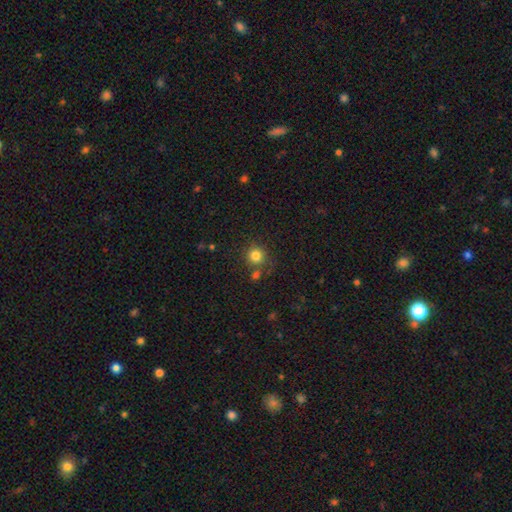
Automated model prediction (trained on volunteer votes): A smooth galaxy with no disk features (82%) that is round (91%).

Vote fractions:
- Smooth or featured? smooth: 82% / star or artifact: 13% / featured or disk: 6%
- How rounded? round: 91% / in between: 9% / cigar-shaped: 1%
- Merging? none: 74% / merger: 12% / minor disturbance: 10% / major disturbance: 4%